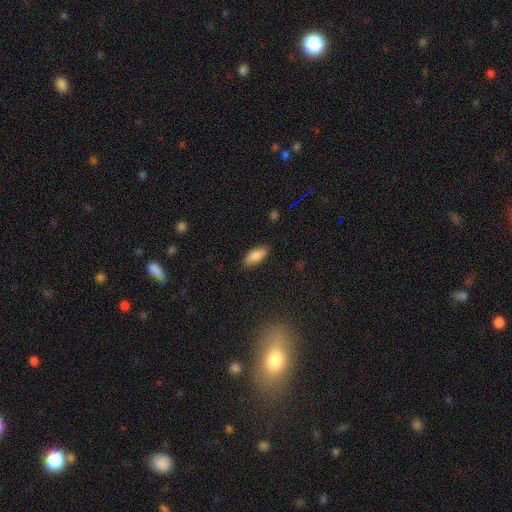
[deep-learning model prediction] Smooth or featured?
  - smooth: 87% *
  - star or artifact: 7%
  - featured or disk: 6%
How rounded?
  - in between: 88% *
  - cigar-shaped: 10%
  - round: 2%
Merging?
  - none: 86% *
  - minor disturbance: 10%
  - major disturbance: 2%
  - merger: 1%